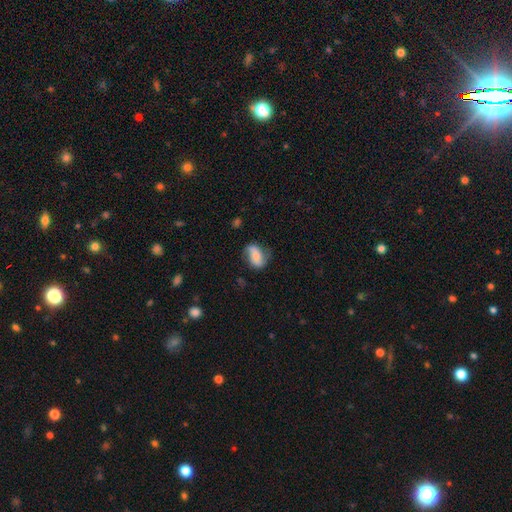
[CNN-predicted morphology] Smooth or featured: smooth — 46% (tied with featured or disk — 46%)
Merging: none — 62% (minor disturbance — 26%)